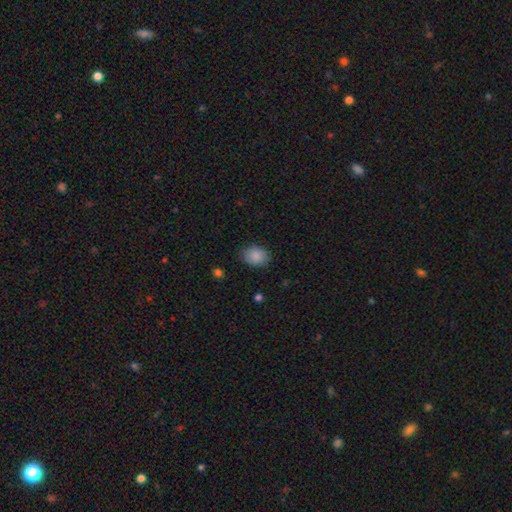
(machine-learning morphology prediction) Smooth or featured? smooth (88%)
How rounded? in between (66%)
Merging? none (82%)